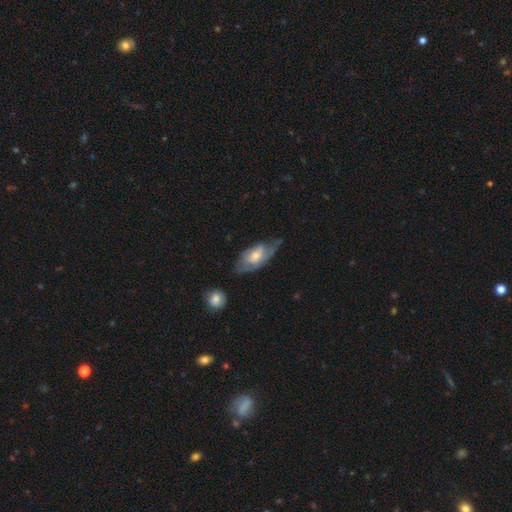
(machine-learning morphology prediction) A featured or disk galaxy (56%). Merging: none (46%).